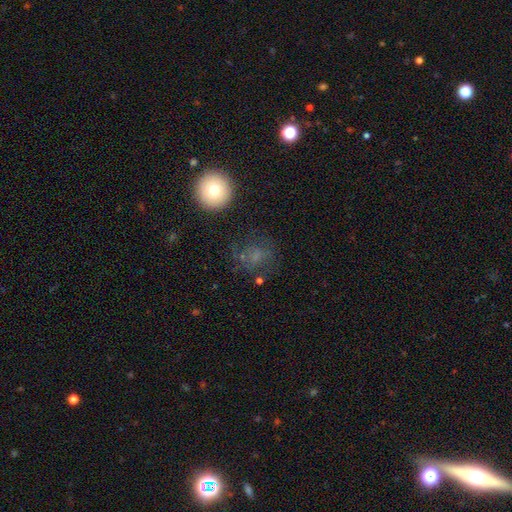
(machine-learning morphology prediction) Smooth or featured: smooth — 52% (featured or disk — 25%)
How rounded: round — 78% (in between — 21%)
Merging: none — 64% (minor disturbance — 16%)